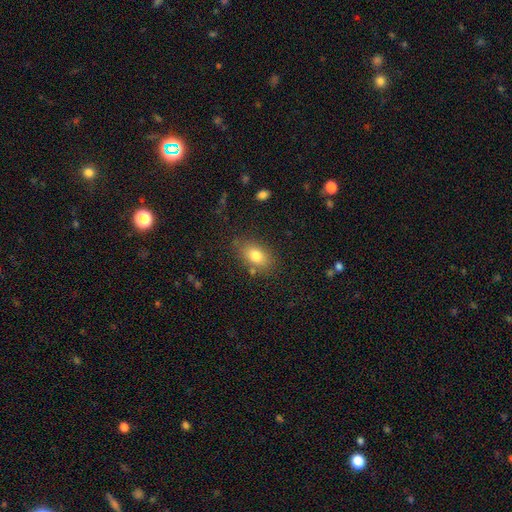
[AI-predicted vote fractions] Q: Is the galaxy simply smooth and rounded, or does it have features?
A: smooth — 80%.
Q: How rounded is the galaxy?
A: in between — 86%.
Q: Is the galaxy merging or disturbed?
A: none — 78%.